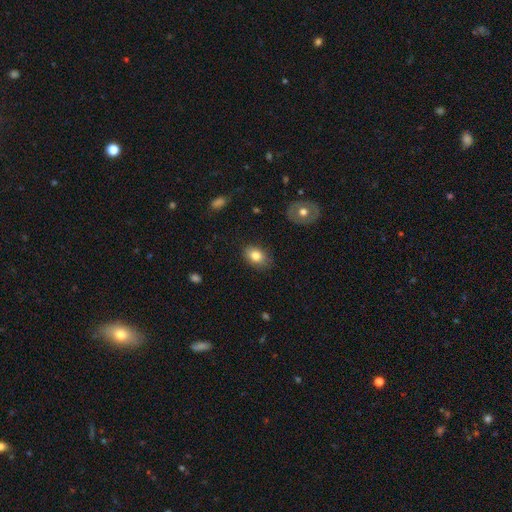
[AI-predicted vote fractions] smooth-or-featured: smooth: 80% | featured or disk: 12% | star or artifact: 9%
  how-rounded: in between: 79% | round: 20% | cigar-shaped: 1%
  merging: none: 82% | minor disturbance: 14% | major disturbance: 3% | merger: 1%